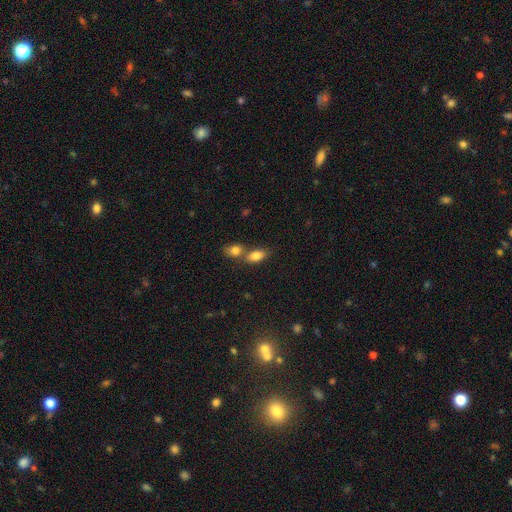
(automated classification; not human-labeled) smooth_or_featured: smooth (p=0.83) [alt: star or artifact p=0.09]
how_rounded: in between (p=0.87) [alt: round p=0.09]
merging: merger (p=0.48) [alt: none p=0.40]